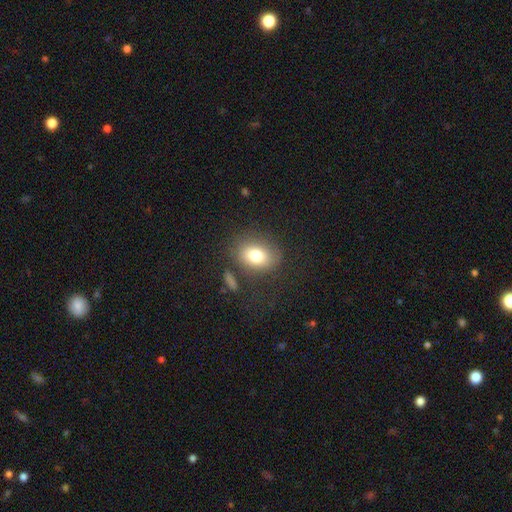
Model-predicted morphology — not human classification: Smooth or featured: smooth — 76% (featured or disk — 14%)
How rounded: in between — 63% (round — 36%)
Merging: none — 74% (minor disturbance — 14%)